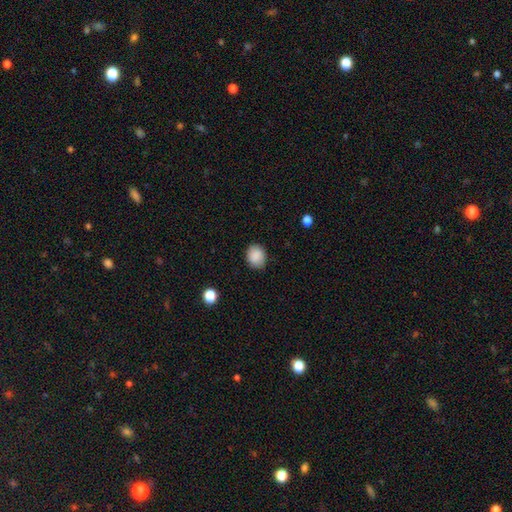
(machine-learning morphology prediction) The model was most divided on "how rounded": round: 57%, in between: 42%, cigar-shaped: 1%. More confident: smooth or featured — smooth (88%); merging — none (82%).